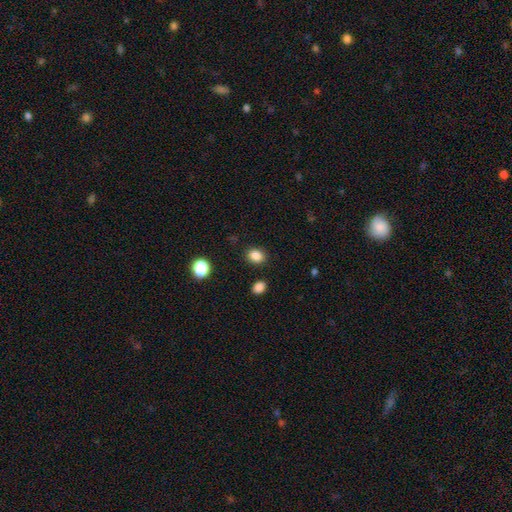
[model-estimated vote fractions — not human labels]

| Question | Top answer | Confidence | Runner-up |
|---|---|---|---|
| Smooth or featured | smooth | 85% | star or artifact (11%) |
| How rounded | in between | 54% | round (46%) |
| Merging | none | 86% | minor disturbance (9%) |